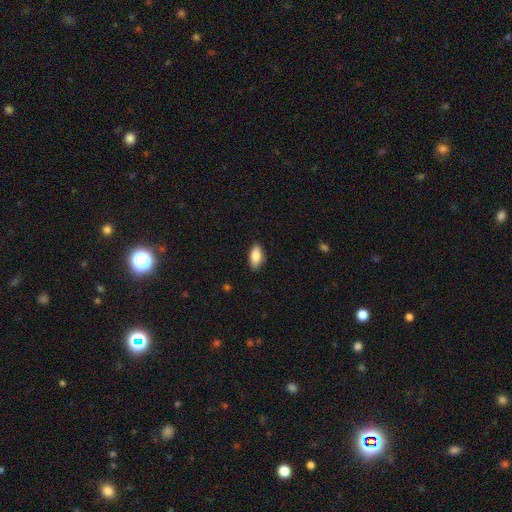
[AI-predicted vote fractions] Q: Smooth or featured?
A: smooth (85%); runner-up: featured or disk (8%)
Q: How rounded?
A: in between (89%); runner-up: cigar-shaped (8%)
Q: Merging?
A: none (87%); runner-up: minor disturbance (10%)